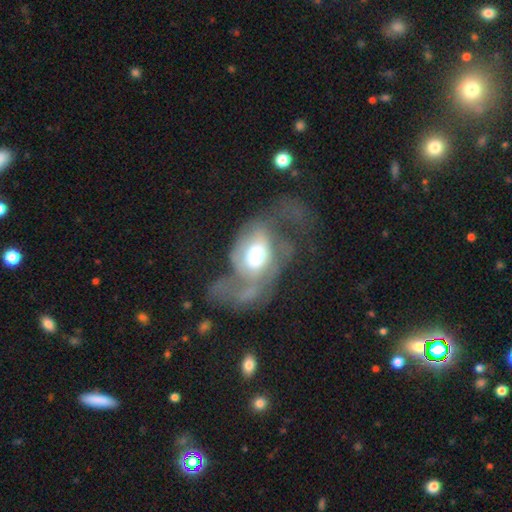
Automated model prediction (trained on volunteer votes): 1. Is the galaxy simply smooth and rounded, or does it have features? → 63% featured or disk, 29% smooth, 8% star or artifact.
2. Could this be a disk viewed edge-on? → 95% no, 5% yes.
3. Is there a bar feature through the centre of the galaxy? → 64% no, 27% weak, 9% strong.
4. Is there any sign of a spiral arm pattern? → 57% yes, 43% no.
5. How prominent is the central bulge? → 50% moderate, 37% large, 6% small, 5% dominant, 1% none.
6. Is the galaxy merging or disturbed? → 63% major disturbance, 16% none, 13% minor disturbance, 8% merger.